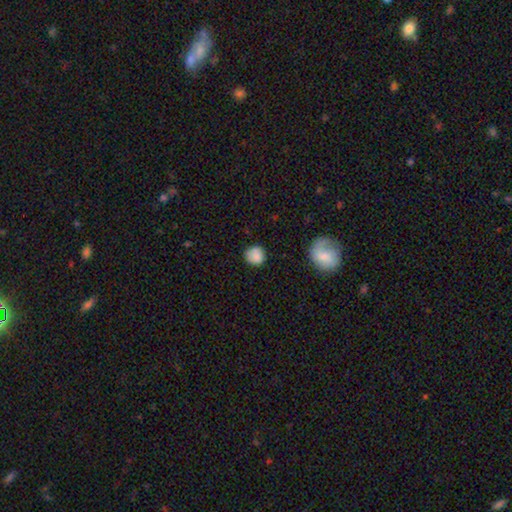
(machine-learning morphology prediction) Smooth or featured?
  - smooth: 84% *
  - star or artifact: 8%
  - featured or disk: 7%
How rounded?
  - round: 88% *
  - in between: 11%
  - cigar-shaped: 1%
Merging?
  - none: 77% *
  - minor disturbance: 17%
  - major disturbance: 4%
  - merger: 2%